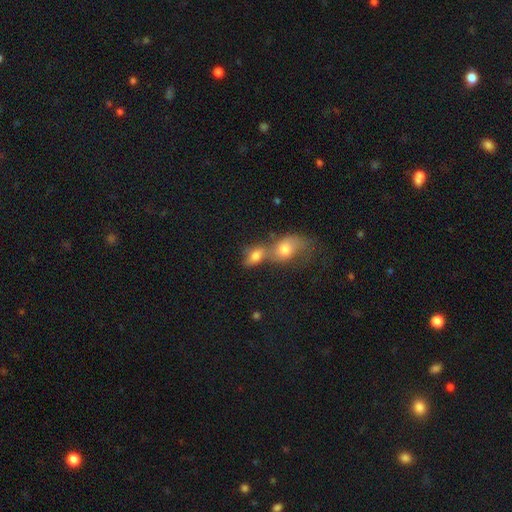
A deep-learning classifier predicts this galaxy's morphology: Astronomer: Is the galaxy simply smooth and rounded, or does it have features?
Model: smooth — 72%.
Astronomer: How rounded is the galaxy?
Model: in between — 78%.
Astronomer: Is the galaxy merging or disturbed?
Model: merger — 71%.